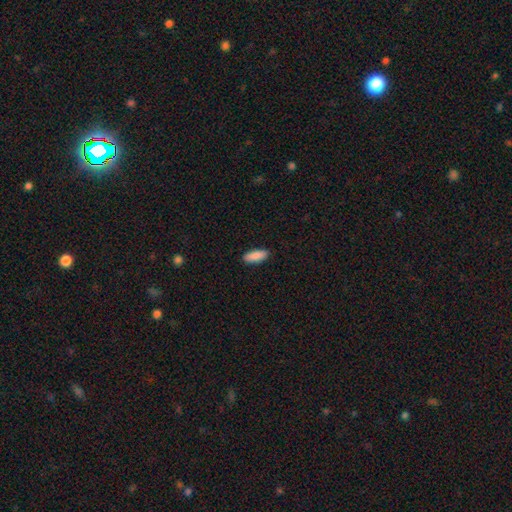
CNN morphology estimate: The model was most divided on "how rounded": in between: 70%, cigar-shaped: 28%, round: 2%. More confident: smooth or featured — smooth (90%); merging — none (89%).